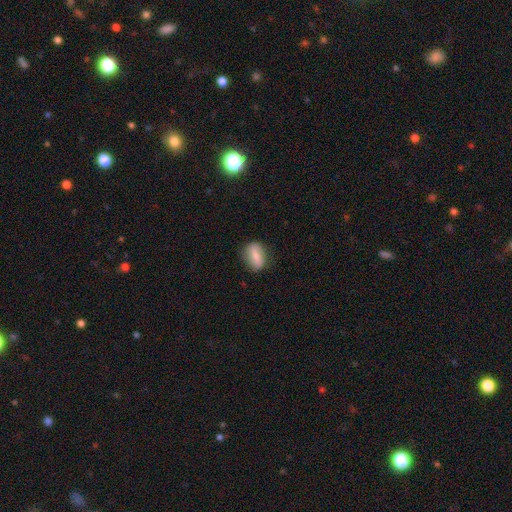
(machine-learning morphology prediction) smooth-or-featured: smooth: 59% | featured or disk: 34% | star or artifact: 8%
  how-rounded: in between: 75% | round: 16% | cigar-shaped: 9%
  merging: none: 77% | minor disturbance: 18% | major disturbance: 4% | merger: 1%